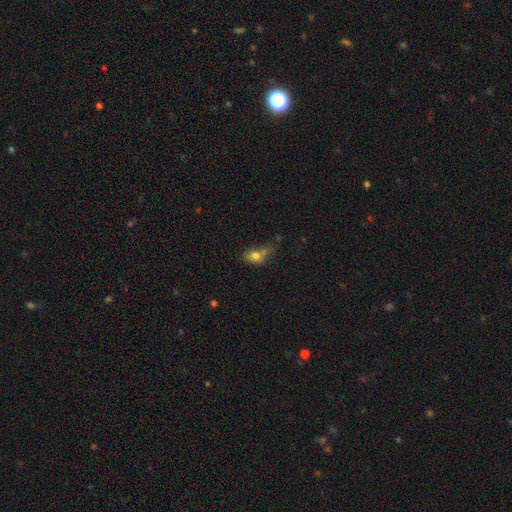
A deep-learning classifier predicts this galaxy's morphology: type=smooth (75%); roundness=in between (64%); merging=merger (40%).